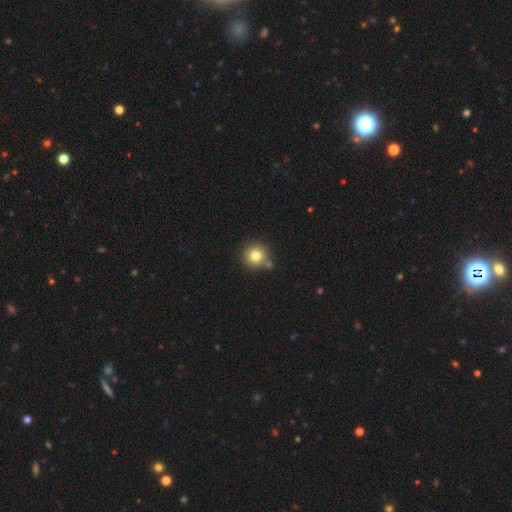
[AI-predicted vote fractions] Overall: smooth (80%). How rounded: round (94%). Merging: none (76%).